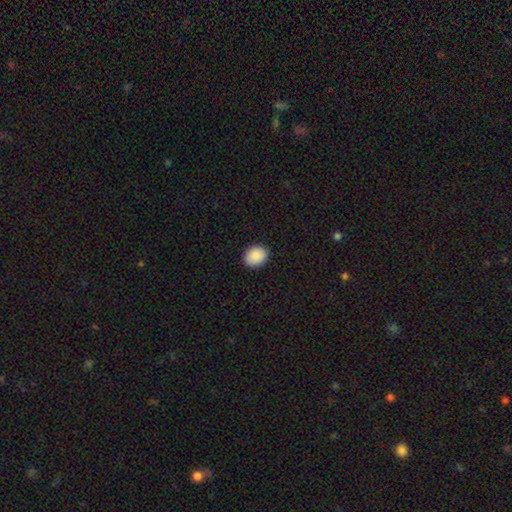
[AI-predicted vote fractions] Smooth or featured? smooth (90%)
How rounded? round (60%)
Merging? none (90%)